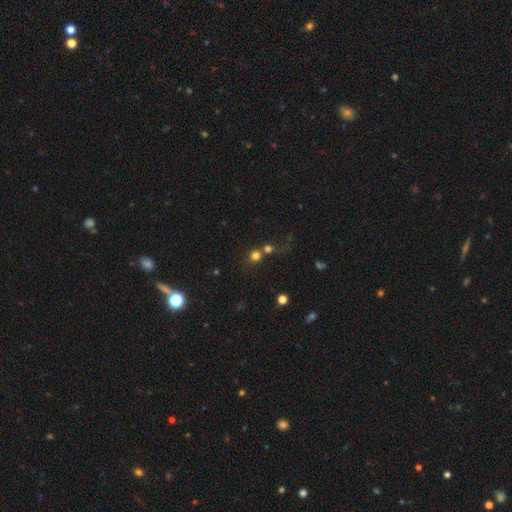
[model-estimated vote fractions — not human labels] smooth 73%, star or artifact 18%, featured or disk 9%. Down the decision tree: how rounded — round (88%); merging — none (50%).